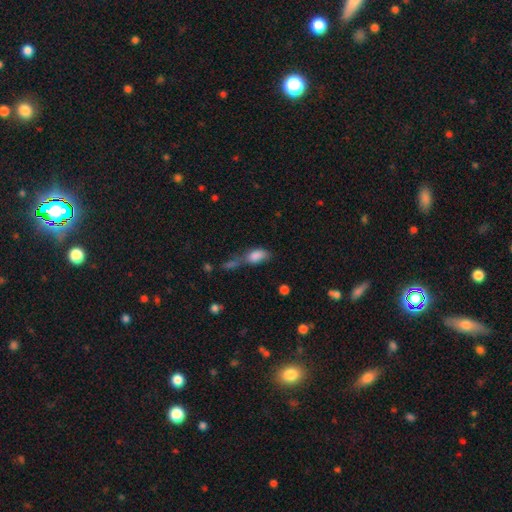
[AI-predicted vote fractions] Q: Smooth or featured?
A: smooth (82%); runner-up: featured or disk (9%)
Q: How rounded?
A: in between (89%); runner-up: round (6%)
Q: Merging?
A: merger (40%); runner-up: none (28%)